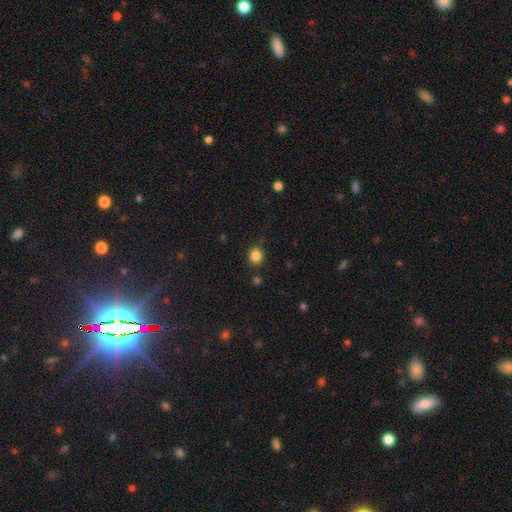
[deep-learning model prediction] Q: Smooth or featured?
A: smooth (84%); runner-up: star or artifact (12%)
Q: How rounded?
A: round (78%); runner-up: in between (21%)
Q: Merging?
A: none (86%); runner-up: minor disturbance (9%)